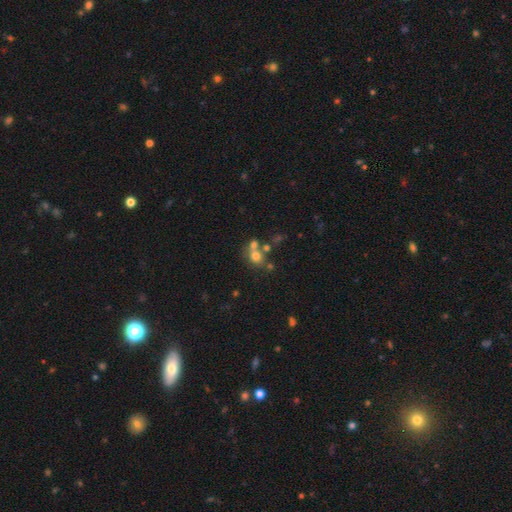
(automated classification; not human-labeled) Smooth or featured?
  - smooth: 65% *
  - featured or disk: 19%
  - star or artifact: 17%
How rounded?
  - round: 70% *
  - in between: 29%
  - cigar-shaped: 1%
Merging?
  - merger: 43% *
  - none: 41%
  - minor disturbance: 10%
  - major disturbance: 6%